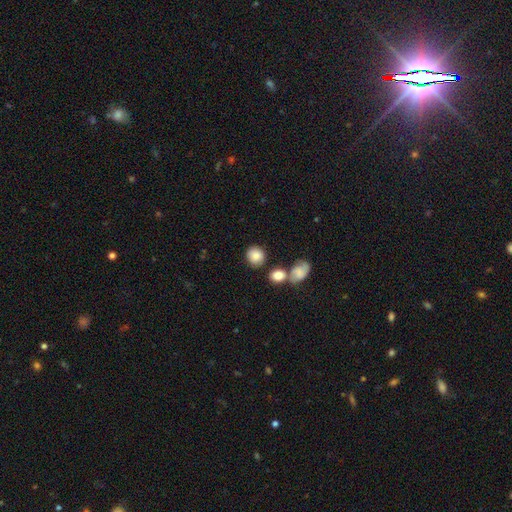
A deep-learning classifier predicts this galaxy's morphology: This appears to be a smooth galaxy with no disk features (85%) that is round (75%). Merging: none (74%).